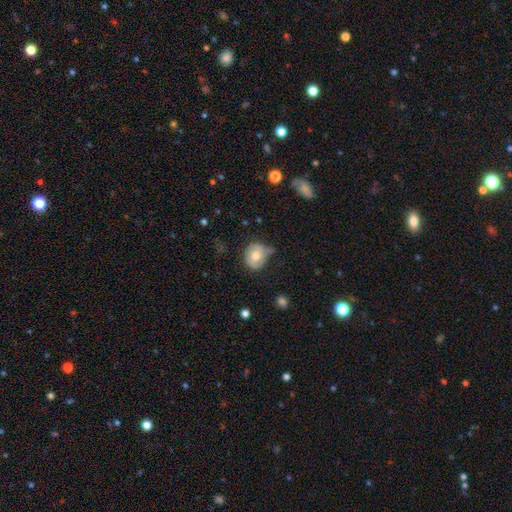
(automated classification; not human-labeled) Morphology: type=smooth (70%); roundness=round (69%); merging=none (48%).